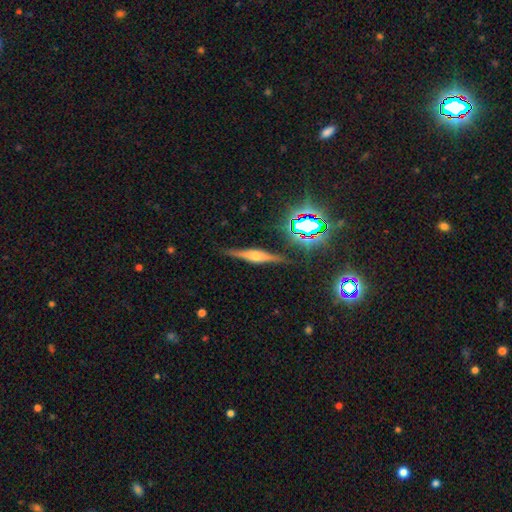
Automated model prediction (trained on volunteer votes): Smooth or featured: featured or disk — 67% (smooth — 18%)
Edge-on disk: yes — 96% (no — 4%)
Edge-on bulge: rounded — 85% (boxy — 11%)
Merging: none — 87% (minor disturbance — 10%)